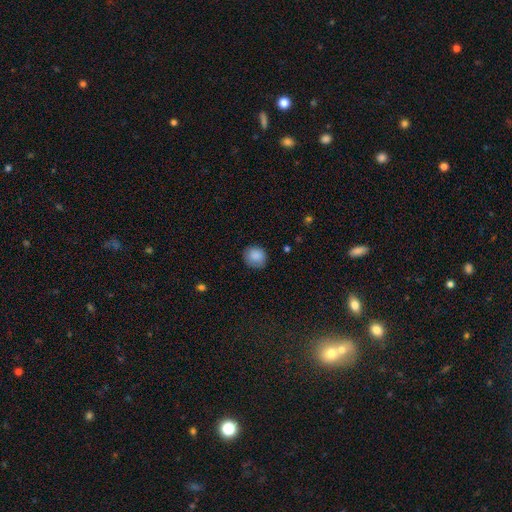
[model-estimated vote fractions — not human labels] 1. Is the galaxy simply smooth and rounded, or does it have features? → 87% smooth, 8% star or artifact, 6% featured or disk.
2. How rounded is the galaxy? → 84% round, 15% in between, 1% cigar-shaped.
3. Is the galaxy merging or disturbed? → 80% none, 15% minor disturbance, 3% major disturbance, 1% merger.